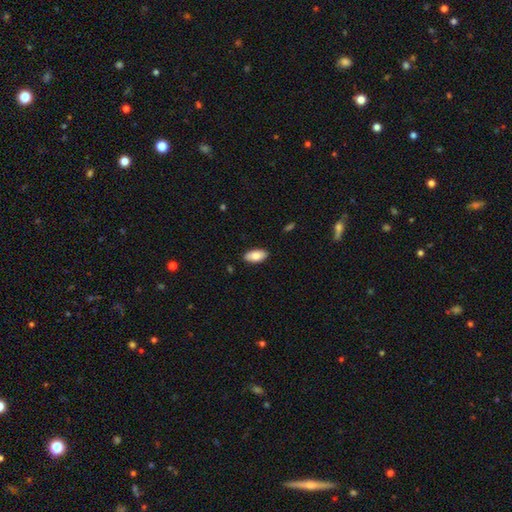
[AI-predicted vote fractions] Morphology: type=smooth (83%); roundness=in between (93%); merging=none (88%).